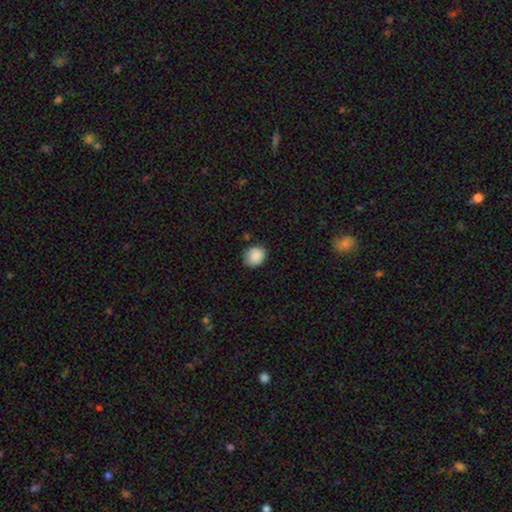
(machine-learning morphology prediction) A smooth galaxy with no disk features (89%) that is round (69%).

Vote fractions:
- Smooth or featured? smooth: 89% / star or artifact: 8% / featured or disk: 3%
- How rounded? round: 69% / in between: 30% / cigar-shaped: 1%
- Merging? none: 80% / minor disturbance: 16% / major disturbance: 3% / merger: 1%